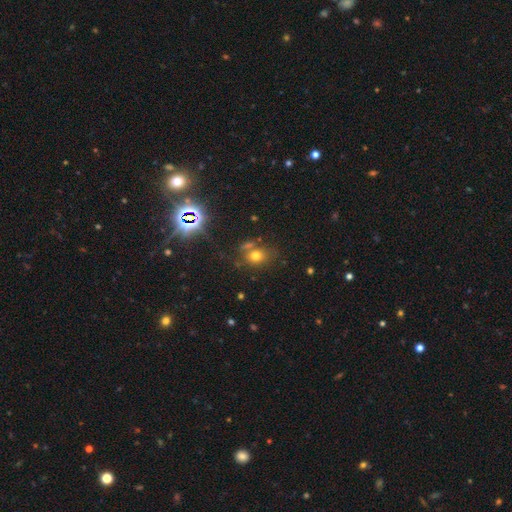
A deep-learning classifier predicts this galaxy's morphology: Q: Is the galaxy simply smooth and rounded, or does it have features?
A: smooth — 65%.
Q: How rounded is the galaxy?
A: round — 54%.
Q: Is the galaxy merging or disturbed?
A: none — 63%.